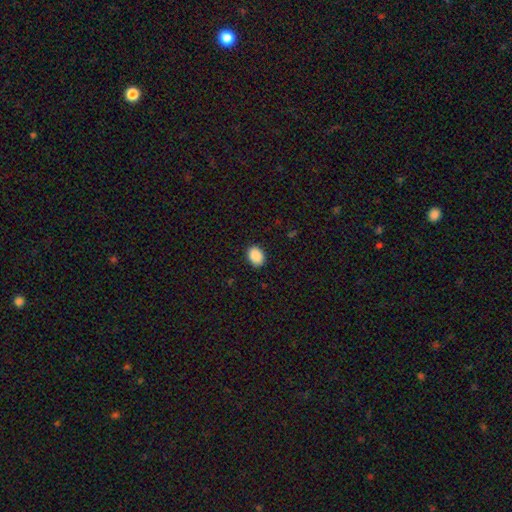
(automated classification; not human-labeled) Morphology: type=smooth (90%); roundness=in between (69%); merging=none (90%).